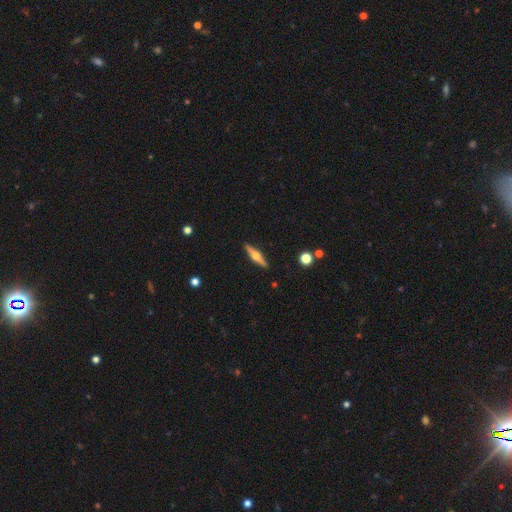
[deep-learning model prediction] Smooth or featured? Predicted: featured or disk (p=0.67). Edge-on disk? Predicted: yes (p=0.97). Edge-on bulge? Predicted: rounded (p=0.94). Merging? Predicted: none (p=0.91).